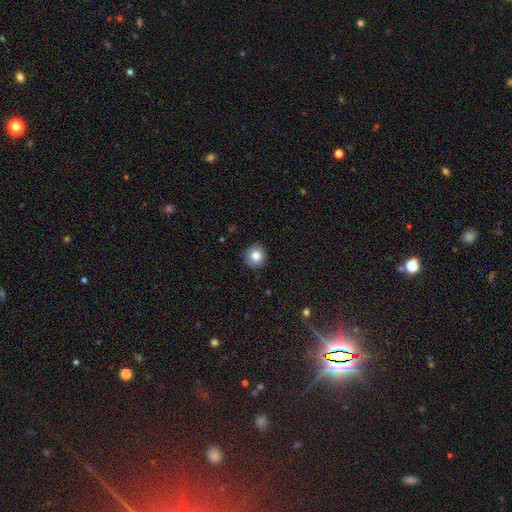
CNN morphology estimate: This appears to be a smooth galaxy with no disk features (82%) that is round (90%). Merging: none (89%).